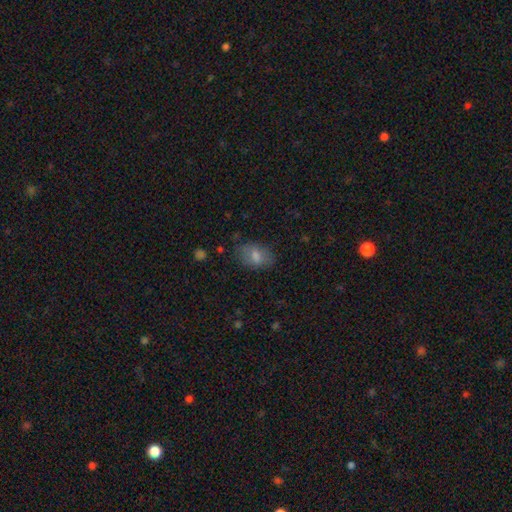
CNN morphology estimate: This is likely a smooth galaxy (72%). How rounded: clearly in between (84%). Merging: likely none (78%).